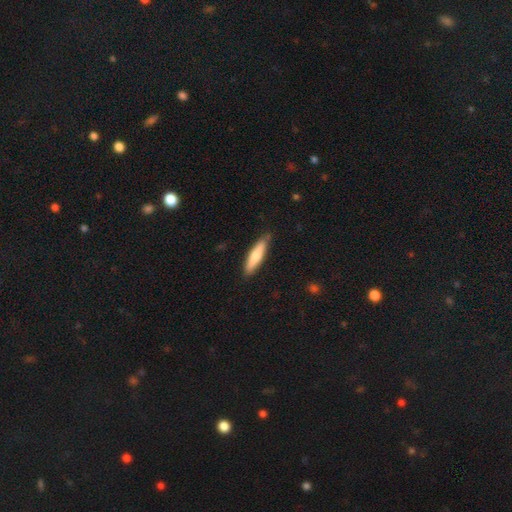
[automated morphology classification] Smooth or featured? Predicted: smooth (p=0.72). How rounded? Predicted: cigar-shaped (p=0.77). Merging? Predicted: none (p=0.84).